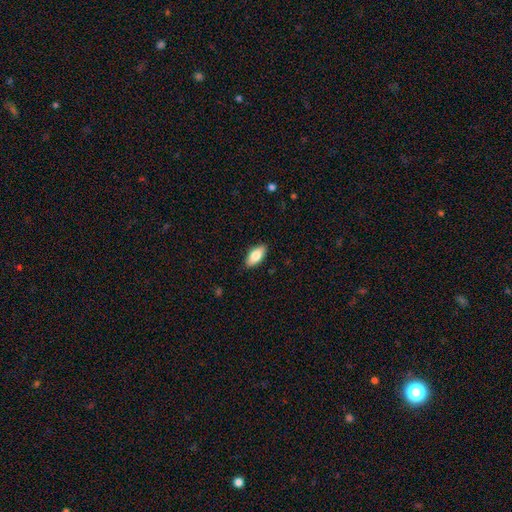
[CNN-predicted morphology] A smooth galaxy with no disk features (80%) that is in between round and cigar-shaped (89%).

Vote fractions:
- Smooth or featured? smooth: 80% / featured or disk: 13% / star or artifact: 6%
- How rounded? in between: 89% / cigar-shaped: 9% / round: 2%
- Merging? none: 87% / minor disturbance: 10% / major disturbance: 2% / merger: 1%